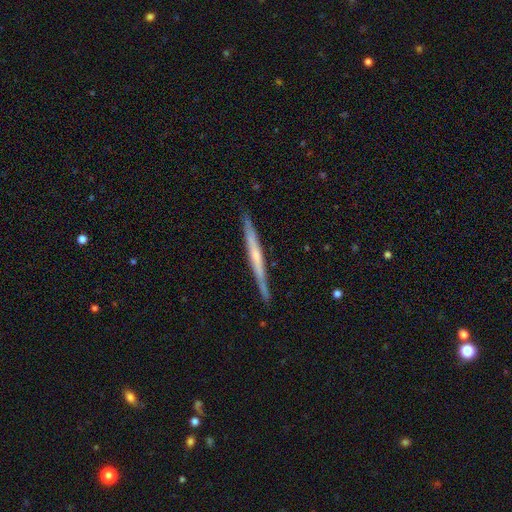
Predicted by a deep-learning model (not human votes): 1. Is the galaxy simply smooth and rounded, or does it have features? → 65% featured or disk, 30% smooth, 6% star or artifact.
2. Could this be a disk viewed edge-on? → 97% yes, 3% no.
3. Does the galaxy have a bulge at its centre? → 59% none, 34% rounded, 7% boxy.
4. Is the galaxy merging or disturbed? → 88% none, 9% minor disturbance, 1% major disturbance, 1% merger.